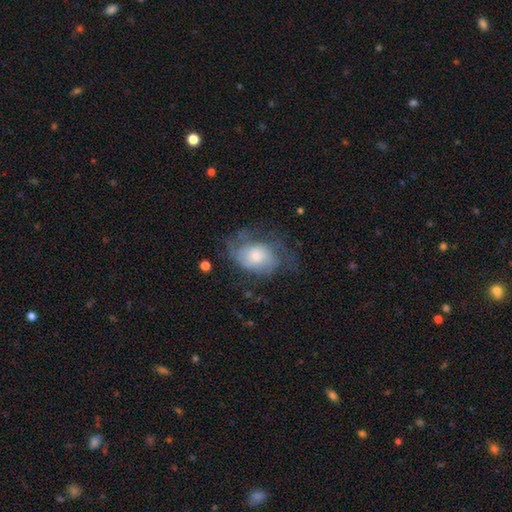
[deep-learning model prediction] Overall: featured or disk (61%; smooth 31%). Edge-on disk: no (96%). Bar: no (75%). Spiral arms: yes (78%). Bulge size: moderate (47%; small 34%). Merging: none (49%; major disturbance 25%).